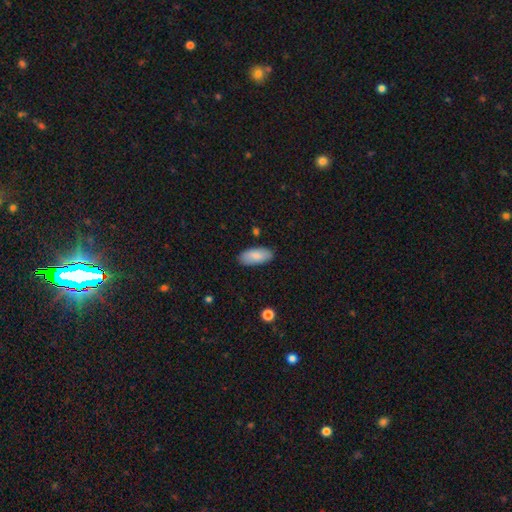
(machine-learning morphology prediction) Smooth or featured?
  - smooth: 86% *
  - featured or disk: 8%
  - star or artifact: 6%
How rounded?
  - in between: 89% *
  - cigar-shaped: 9%
  - round: 2%
Merging?
  - none: 87% *
  - minor disturbance: 10%
  - major disturbance: 2%
  - merger: 1%